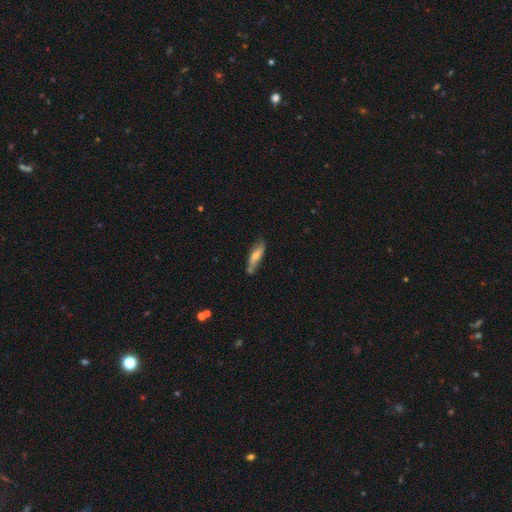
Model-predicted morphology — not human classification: This is likely a smooth galaxy (64%). How rounded: likely cigar-shaped (62%). Merging: likely none (61%).